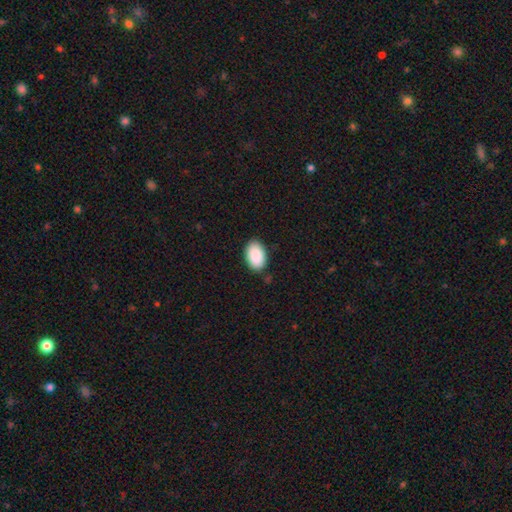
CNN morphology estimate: Smooth or featured? Predicted: smooth (p=0.91). How rounded? Predicted: in between (p=0.93). Merging? Predicted: none (p=0.86).